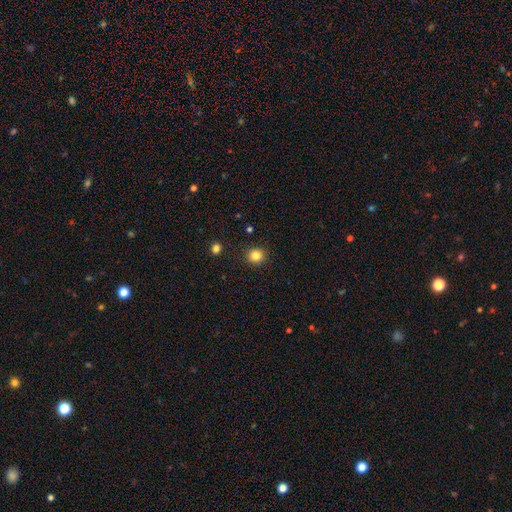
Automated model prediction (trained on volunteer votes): Smooth or featured?
  - smooth: 83% *
  - star or artifact: 12%
  - featured or disk: 5%
How rounded?
  - round: 92% *
  - in between: 7%
  - cigar-shaped: 1%
Merging?
  - none: 91% *
  - minor disturbance: 6%
  - major disturbance: 2%
  - merger: 1%